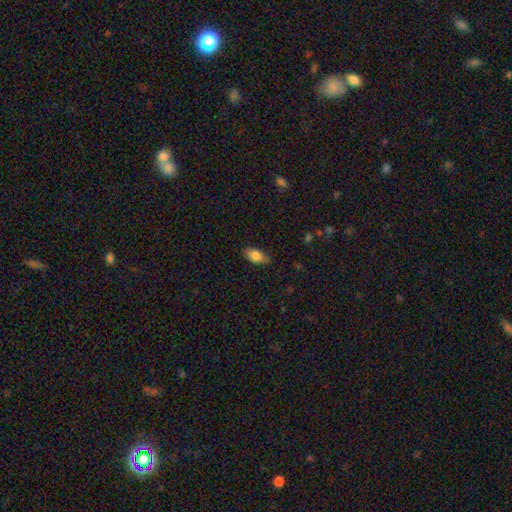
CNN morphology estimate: A smooth galaxy with no disk features (81%) that is in between round and cigar-shaped (88%).

Vote fractions:
- Smooth or featured? smooth: 81% / featured or disk: 11% / star or artifact: 7%
- How rounded? in between: 88% / cigar-shaped: 7% / round: 5%
- Merging? none: 76% / minor disturbance: 19% / major disturbance: 4% / merger: 1%